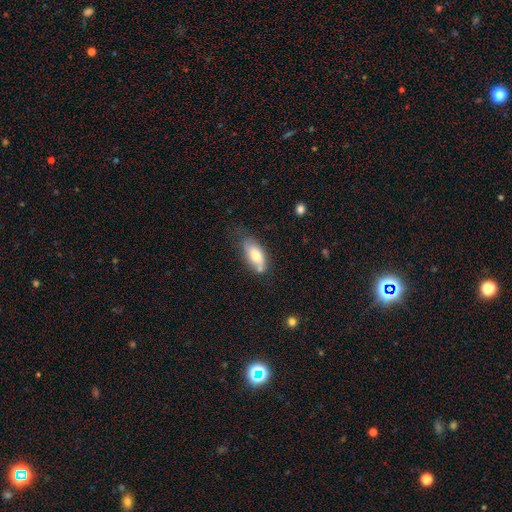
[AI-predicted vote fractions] This is likely a smooth galaxy (69%). How rounded: clearly in between (86%). Merging: possibly none (55%).